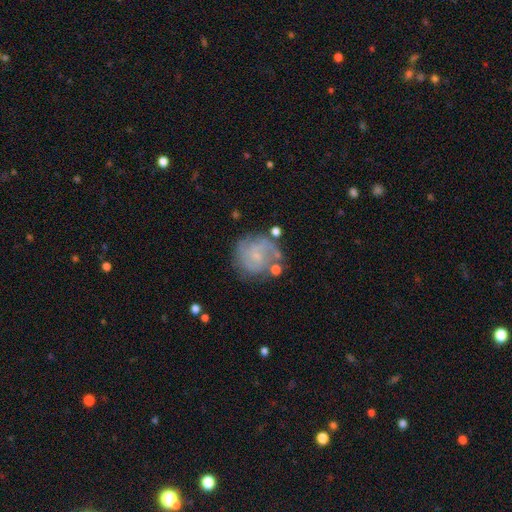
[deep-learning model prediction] The model was most divided on "spiral winding": tight: 44%, medium: 40%, loose: 16%. Remaining: edge-on disk — no (98%); spiral arms — yes (86%); smooth or featured — featured or disk (69%); merging — none (62%); bulge size — small (58%); bar — no (55%); spiral arm count — 2 (43%).